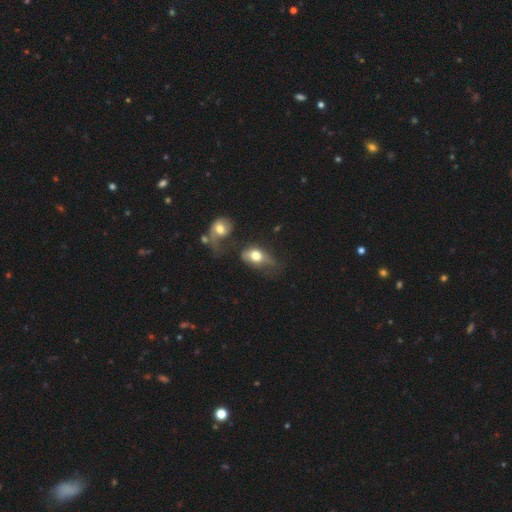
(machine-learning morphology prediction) The model was most divided on "merging": major disturbance: 30%, none: 25%, merger: 24%, minor disturbance: 21%. More confident: how rounded — in between (77%); smooth or featured — smooth (64%).